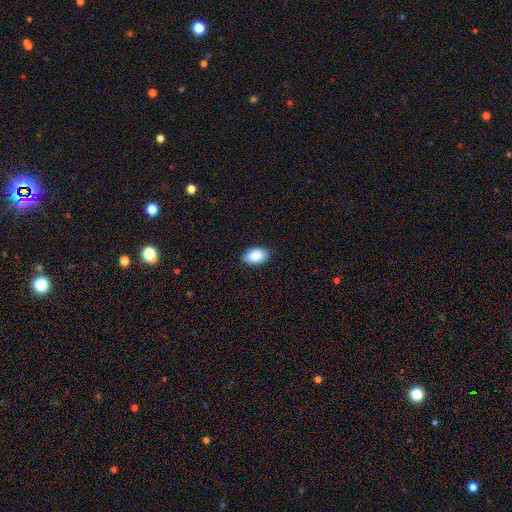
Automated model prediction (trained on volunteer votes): smooth_or_featured: smooth (p=0.89) [alt: star or artifact p=0.07]
how_rounded: in between (p=0.92) [alt: round p=0.07]
merging: none (p=0.85) [alt: minor disturbance p=0.12]